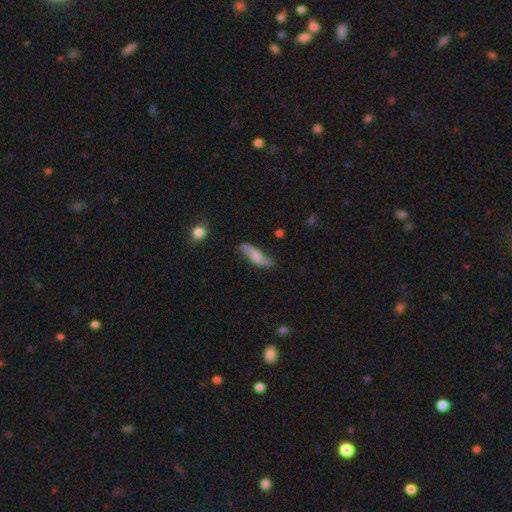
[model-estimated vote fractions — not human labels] Smooth or featured?
  - featured or disk: 55% *
  - smooth: 38%
  - star or artifact: 7%
Edge-on disk?
  - no: 74% *
  - yes: 26%
Merging?
  - none: 68% *
  - minor disturbance: 22%
  - major disturbance: 7%
  - merger: 3%